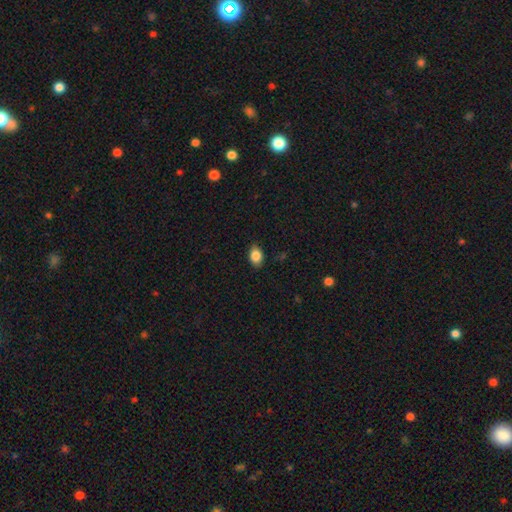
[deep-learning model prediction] Q: Smooth or featured?
A: smooth (85%); runner-up: star or artifact (8%)
Q: How rounded?
A: in between (82%); runner-up: round (16%)
Q: Merging?
A: none (85%); runner-up: minor disturbance (12%)